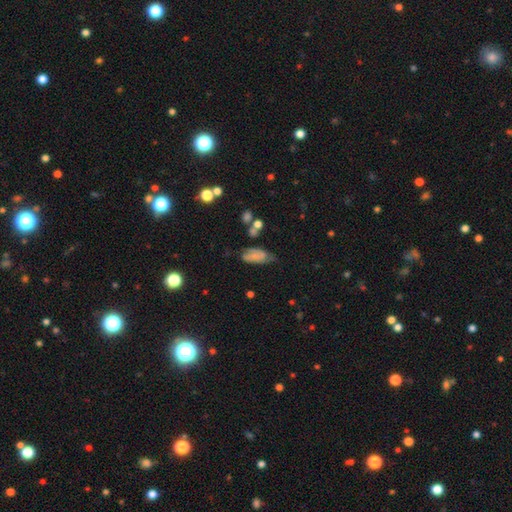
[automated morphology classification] A smooth galaxy with no disk features (60%) that is in between round and cigar-shaped (86%).

Vote fractions:
- Smooth or featured? smooth: 60% / featured or disk: 30% / star or artifact: 10%
- How rounded? in between: 86% / cigar-shaped: 10% / round: 4%
- Merging? none: 37% / minor disturbance: 36% / major disturbance: 19% / merger: 8%